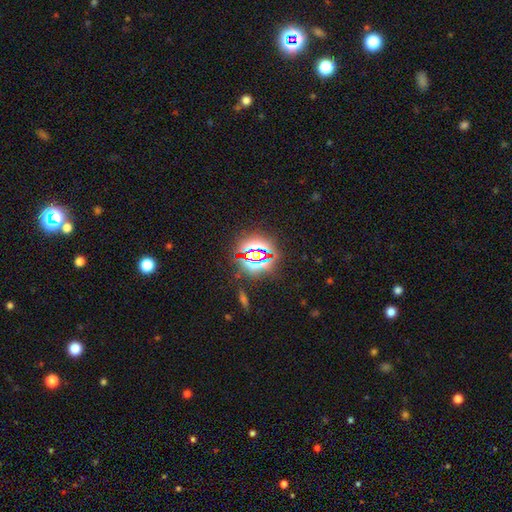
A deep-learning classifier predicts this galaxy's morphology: A star or artifact, not a galaxy (75%).